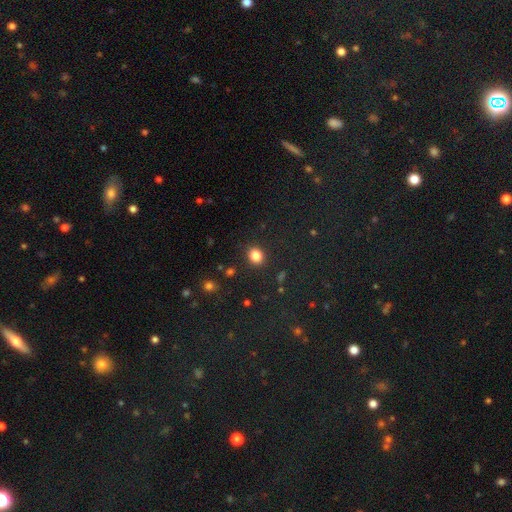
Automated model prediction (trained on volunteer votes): Morphology: type=smooth (84%); roundness=round (64%); merging=none (89%).